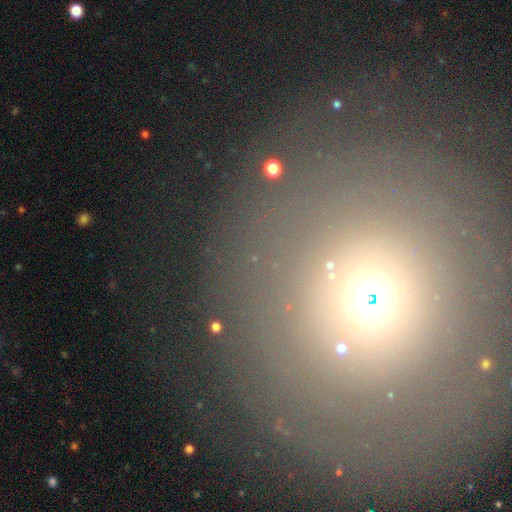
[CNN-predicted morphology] Smooth or featured? Predicted: smooth (p=0.49). Merging? Predicted: none (p=0.81).